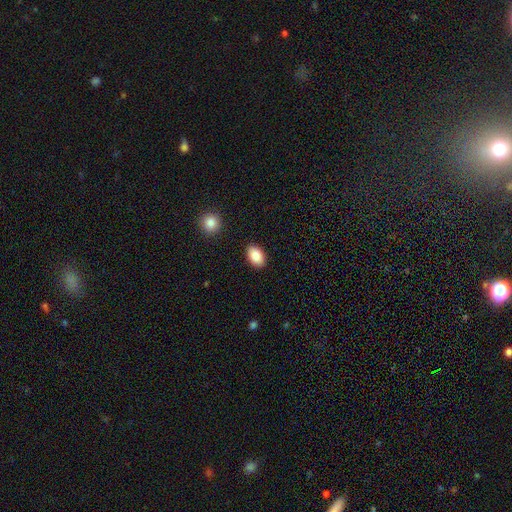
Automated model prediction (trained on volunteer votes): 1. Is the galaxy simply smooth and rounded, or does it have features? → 88% smooth, 7% star or artifact, 5% featured or disk.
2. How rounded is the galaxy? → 91% in between, 7% round, 1% cigar-shaped.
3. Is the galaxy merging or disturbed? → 89% none, 8% minor disturbance, 2% major disturbance, 1% merger.